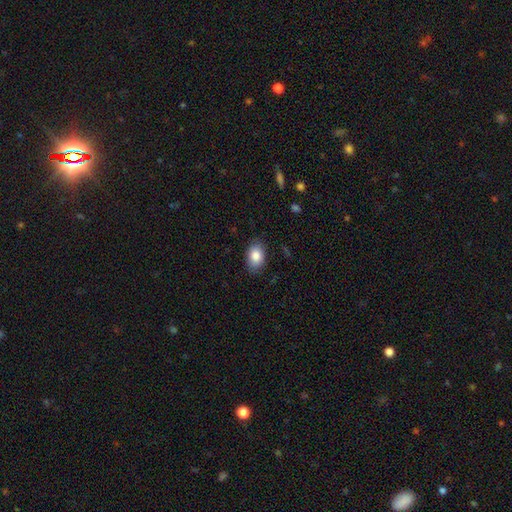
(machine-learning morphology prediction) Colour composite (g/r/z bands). It shows a smooth galaxy with no disk features (85%) that is in between round and cigar-shaped (83%). Merging: none (85%).